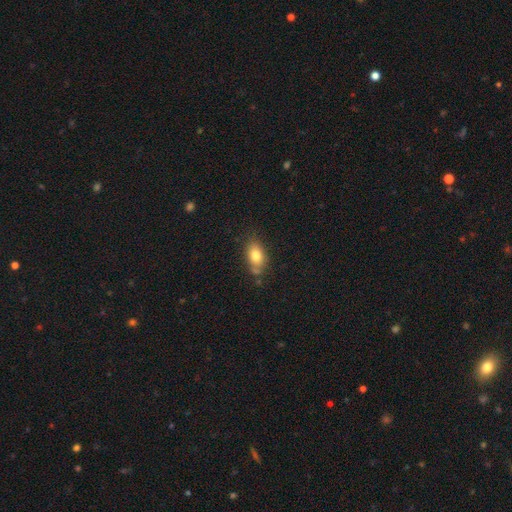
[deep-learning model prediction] Smooth or featured?
  - smooth: 77% *
  - featured or disk: 14%
  - star or artifact: 9%
How rounded?
  - in between: 83% *
  - round: 13%
  - cigar-shaped: 3%
Merging?
  - none: 67% *
  - minor disturbance: 21%
  - merger: 8%
  - major disturbance: 5%